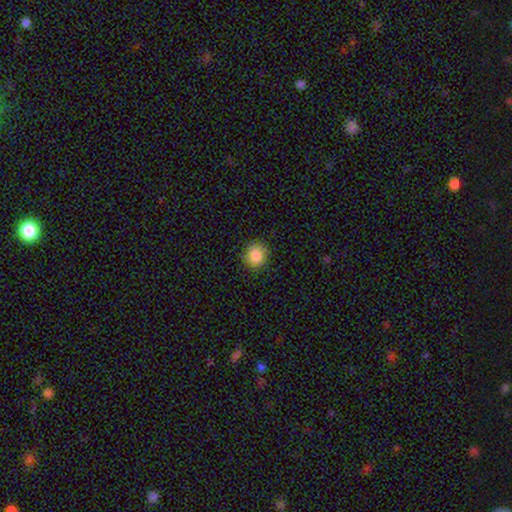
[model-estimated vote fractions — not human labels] A smooth galaxy with no disk features (86%) that is round (83%). Merging: none (89%).